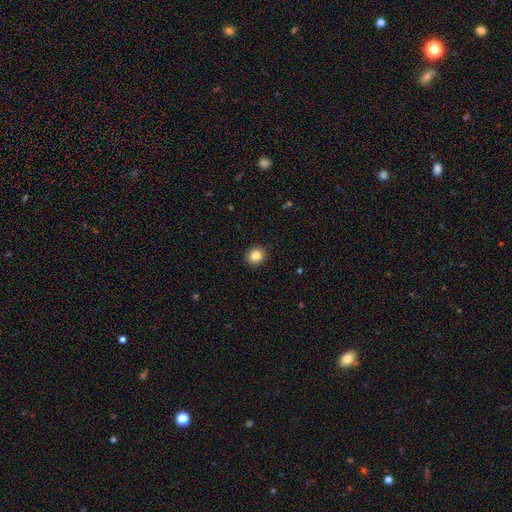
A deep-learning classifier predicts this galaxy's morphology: This is clearly a smooth galaxy (85%). How rounded: clearly round (86%). Merging: clearly none (92%).